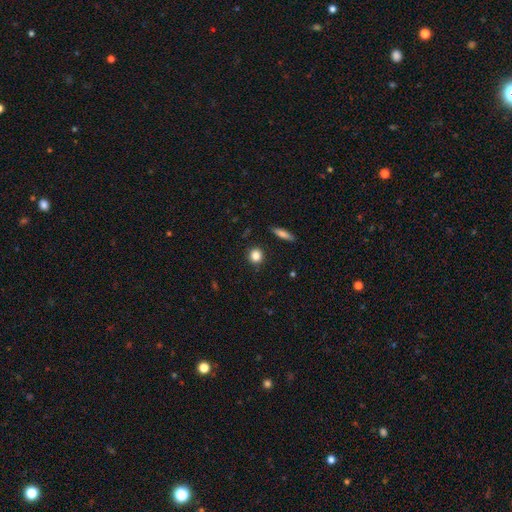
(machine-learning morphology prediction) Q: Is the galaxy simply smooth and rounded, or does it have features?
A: smooth — 85%.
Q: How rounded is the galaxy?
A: round — 84%.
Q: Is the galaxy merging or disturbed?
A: none — 90%.